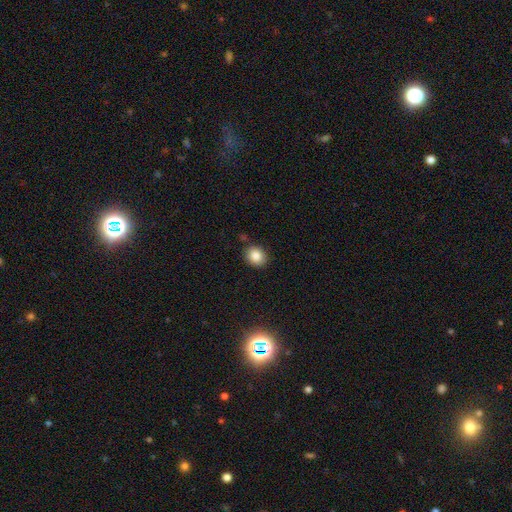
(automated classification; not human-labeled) This appears to be a smooth galaxy with no disk features (84%) that is round (67%). Merging: none (85%).